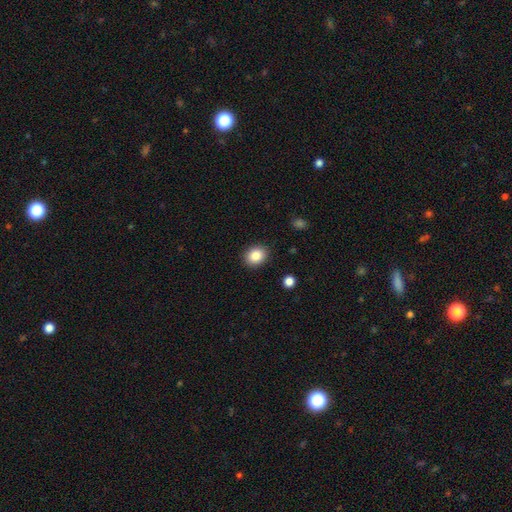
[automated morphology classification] smooth 86%, star or artifact 9%, featured or disk 5%. Down the decision tree: how rounded — round (56%); merging — none (90%).